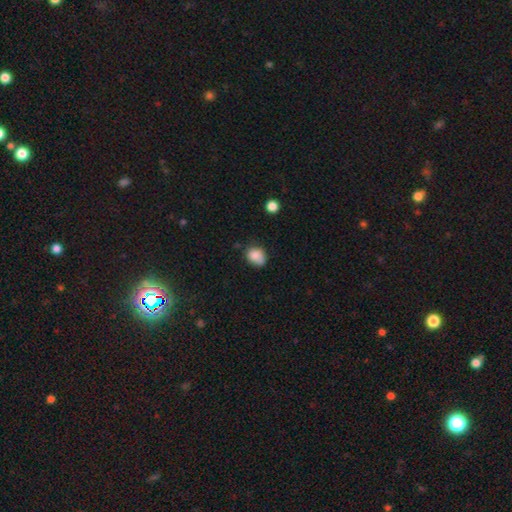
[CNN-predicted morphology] smooth 85%, star or artifact 9%, featured or disk 6%. Down the decision tree: how rounded — round (52%); merging — none (58%).